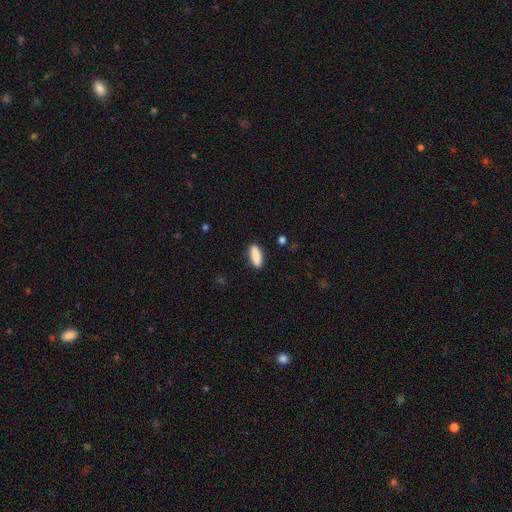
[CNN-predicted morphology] Overall: smooth (89%). How rounded: in between (63%; cigar-shaped 35%). Merging: none (88%).